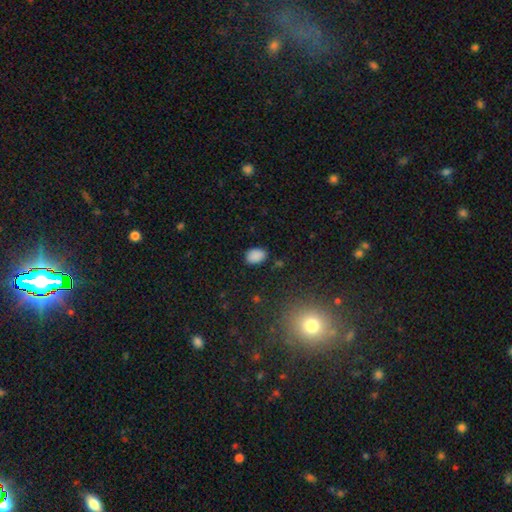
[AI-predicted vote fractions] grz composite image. It shows a smooth galaxy with no disk features (86%) that is in between round and cigar-shaped (83%). Merging: none (82%).